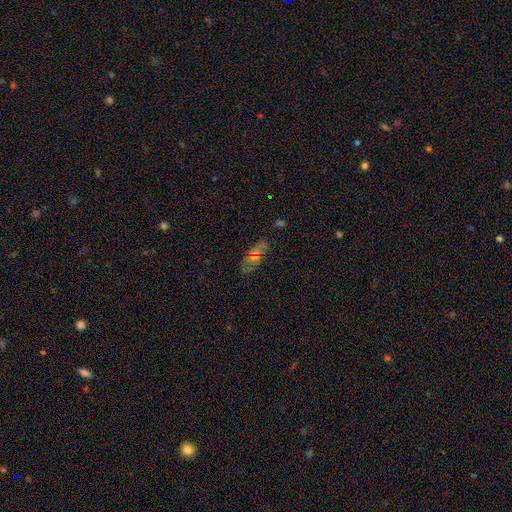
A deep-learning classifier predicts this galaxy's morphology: Smooth or featured? Predicted: smooth (p=0.52). How rounded? Predicted: in between (p=0.74). Merging? Predicted: none (p=0.78).